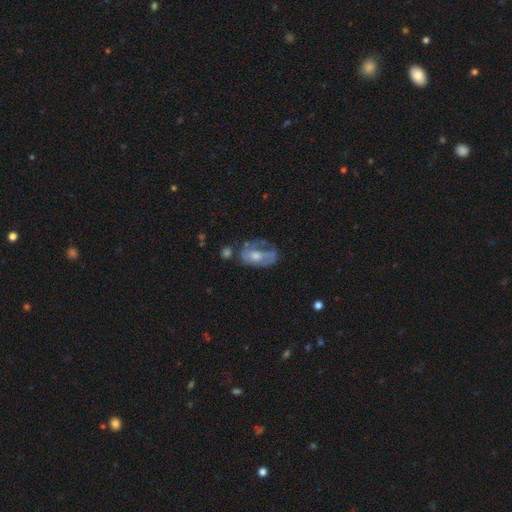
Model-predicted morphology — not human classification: featured or disk 66%, smooth 25%, star or artifact 9%. Down the decision tree: edge-on disk — no (94%); bar — no (61%); spiral arms — yes (59%); bulge size — moderate (61%); merging — none (43%).